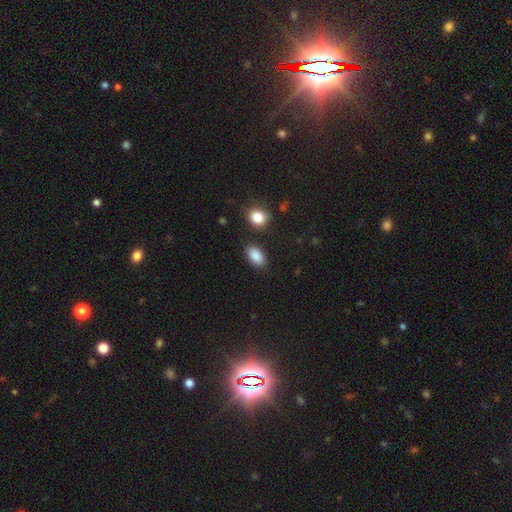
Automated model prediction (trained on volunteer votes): A smooth galaxy with no disk features (89%) that is in between round and cigar-shaped (92%). Merging: none (84%).